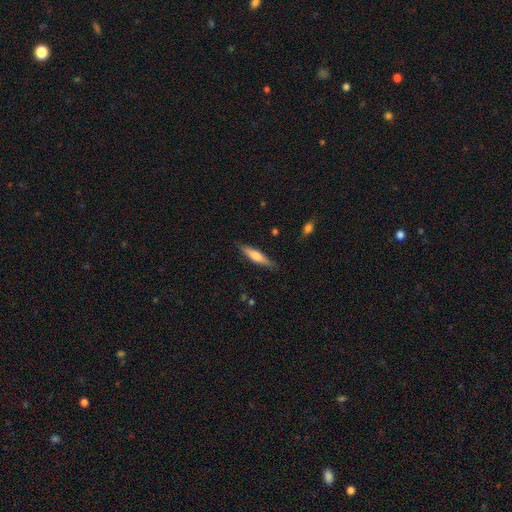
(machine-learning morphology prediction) This appears to be a smooth galaxy with no disk features (59%) that is cigar-shaped (79%). Merging: none (86%).